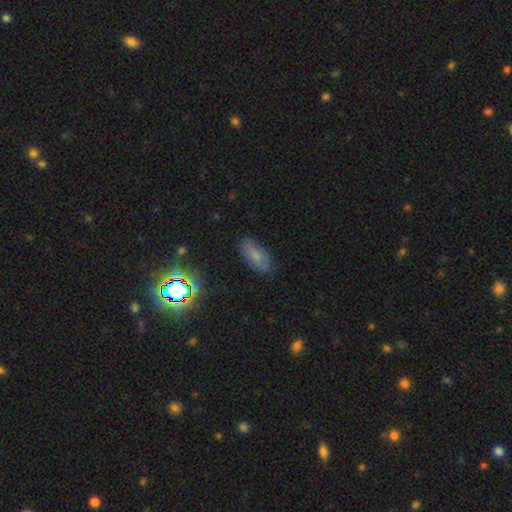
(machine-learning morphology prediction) smooth-or-featured: smooth: 68% | star or artifact: 17% | featured or disk: 16%
  how-rounded: in between: 85% | cigar-shaped: 11% | round: 4%
  merging: none: 79% | minor disturbance: 16% | major disturbance: 4% | merger: 2%